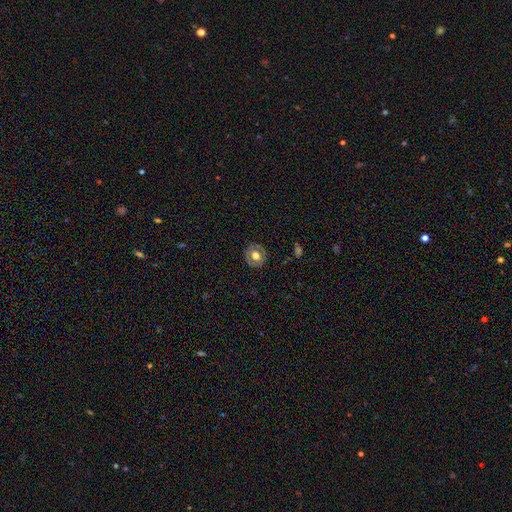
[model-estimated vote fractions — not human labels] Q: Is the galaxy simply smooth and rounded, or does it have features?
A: smooth — 57%.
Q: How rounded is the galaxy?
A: round — 85%.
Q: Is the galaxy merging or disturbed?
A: none — 86%.